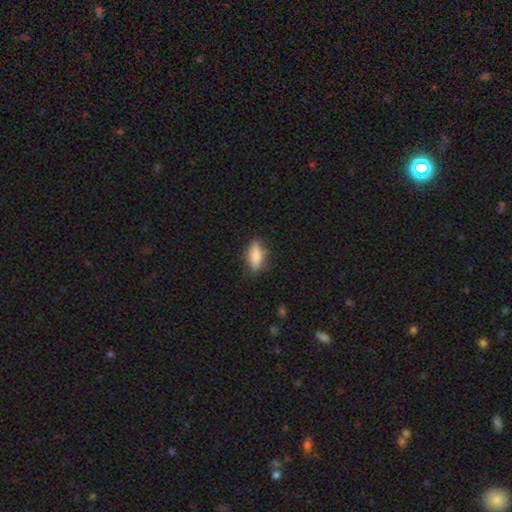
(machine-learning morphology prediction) smooth-or-featured: smooth: 76% | featured or disk: 17% | star or artifact: 7%
  how-rounded: in between: 70% | cigar-shaped: 27% | round: 3%
  merging: none: 75% | minor disturbance: 20% | major disturbance: 4% | merger: 1%